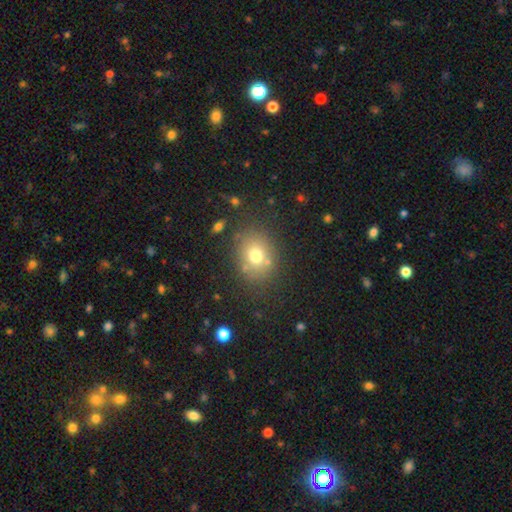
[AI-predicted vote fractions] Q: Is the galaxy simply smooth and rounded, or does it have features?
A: smooth — 71%.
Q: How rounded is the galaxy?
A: round — 58%.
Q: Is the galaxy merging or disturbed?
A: none — 78%.